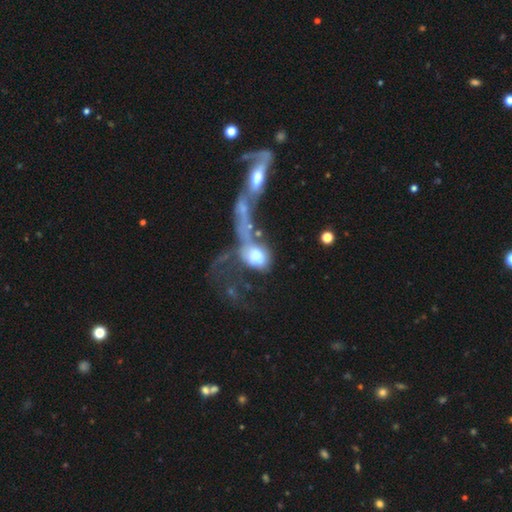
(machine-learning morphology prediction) A smooth galaxy with no disk features (51%) that is in between round and cigar-shaped (61%).

Vote fractions:
- Smooth or featured? smooth: 51% / featured or disk: 37% / star or artifact: 12%
- How rounded? in between: 61% / round: 34% / cigar-shaped: 5%
- Merging? merger: 55% / major disturbance: 29% / none: 9% / minor disturbance: 6%